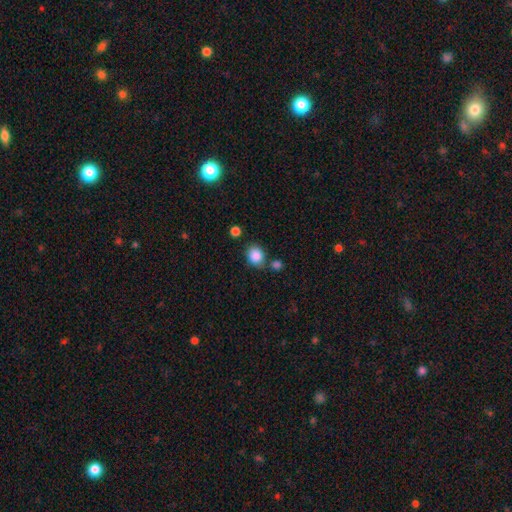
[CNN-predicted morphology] Overall: smooth (87%). How rounded: round (59%; in between 41%). Merging: none (69%).